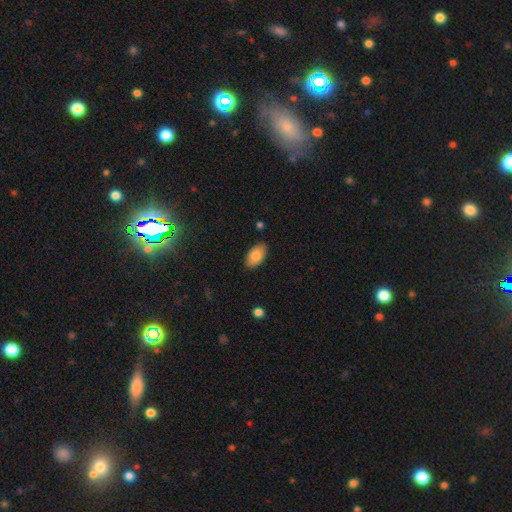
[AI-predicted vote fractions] This is clearly a smooth galaxy (84%). How rounded: clearly in between (94%). Merging: clearly none (86%).